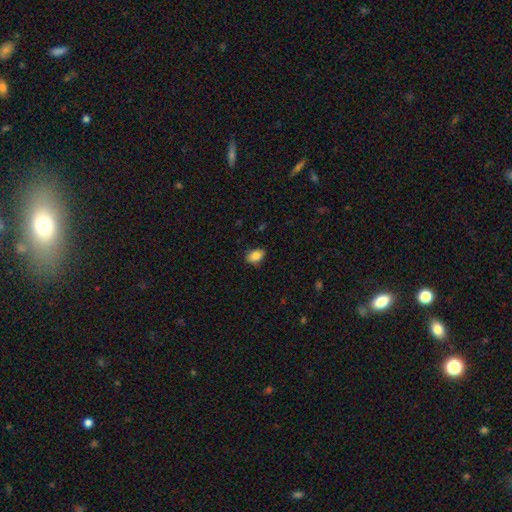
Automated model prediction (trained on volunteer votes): Smooth or featured? smooth (85%)
How rounded? in between (84%)
Merging? none (83%)